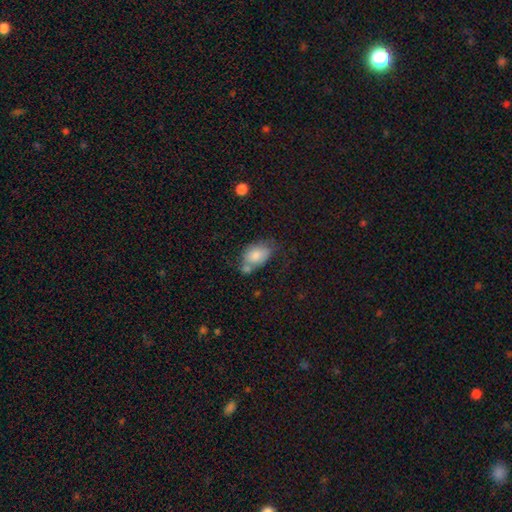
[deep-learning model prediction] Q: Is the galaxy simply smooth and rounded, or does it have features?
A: smooth — 79%.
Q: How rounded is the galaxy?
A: in between — 87%.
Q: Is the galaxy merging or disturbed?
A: none — 40%.